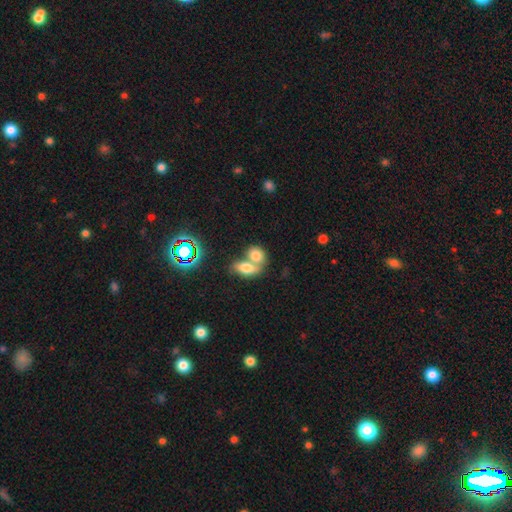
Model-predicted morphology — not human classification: Smooth or featured?
  - smooth: 74% *
  - featured or disk: 15%
  - star or artifact: 11%
How rounded?
  - in between: 71% *
  - round: 26%
  - cigar-shaped: 3%
Merging?
  - merger: 66% *
  - none: 24%
  - minor disturbance: 6%
  - major disturbance: 3%